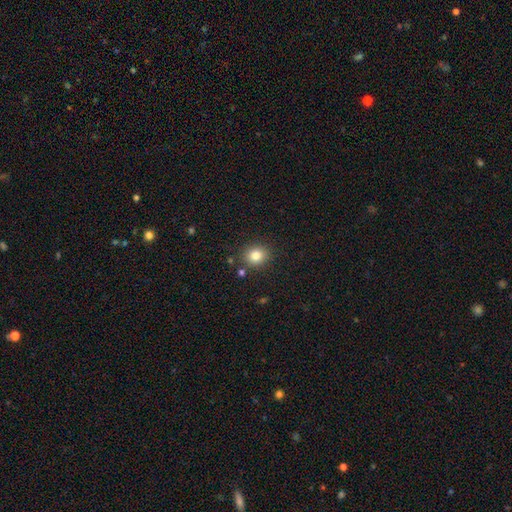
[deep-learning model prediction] Smooth or featured?
  - smooth: 82% *
  - star or artifact: 12%
  - featured or disk: 7%
How rounded?
  - round: 80% *
  - in between: 19%
  - cigar-shaped: 1%
Merging?
  - none: 85% *
  - minor disturbance: 8%
  - merger: 4%
  - major disturbance: 3%